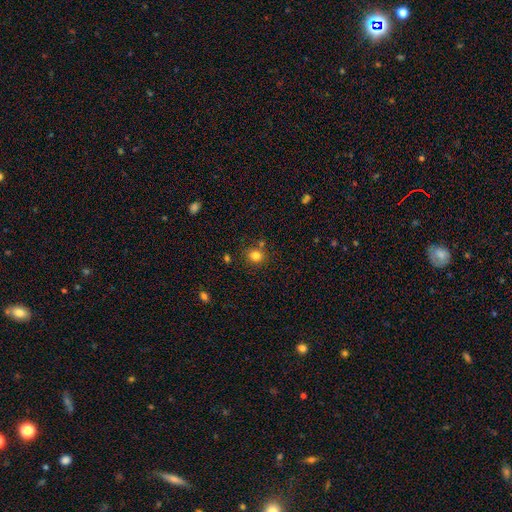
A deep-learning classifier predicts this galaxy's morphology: type=smooth (81%); roundness=round (77%); merging=none (78%).